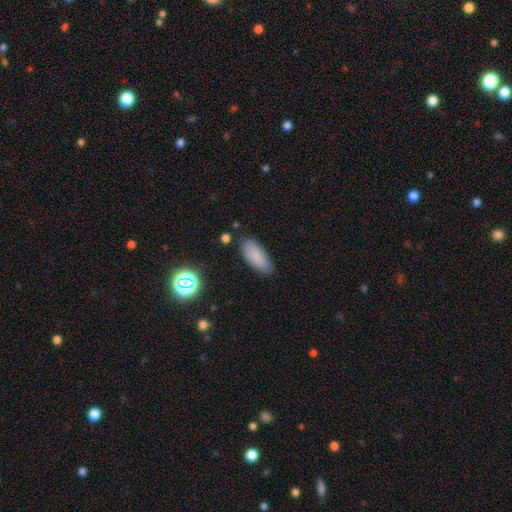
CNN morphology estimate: smooth-or-featured: smooth: 84% | star or artifact: 9% | featured or disk: 7%
  how-rounded: in between: 80% | cigar-shaped: 17% | round: 2%
  merging: none: 82% | minor disturbance: 14% | major disturbance: 3% | merger: 2%